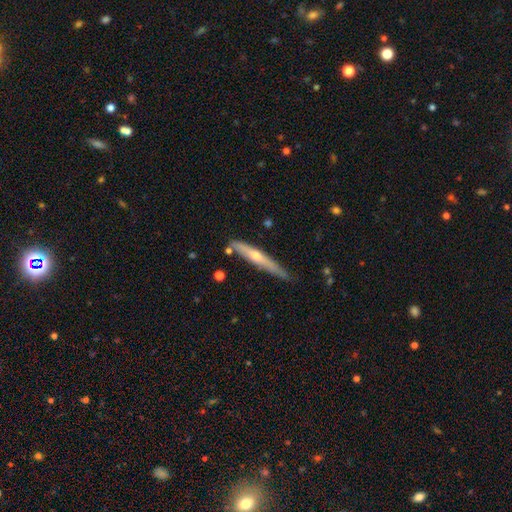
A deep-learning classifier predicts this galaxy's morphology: Smooth or featured: featured or disk — 54% (smooth — 40%)
Edge-on disk: yes — 92% (no — 8%)
Merging: none — 71% (minor disturbance — 22%)